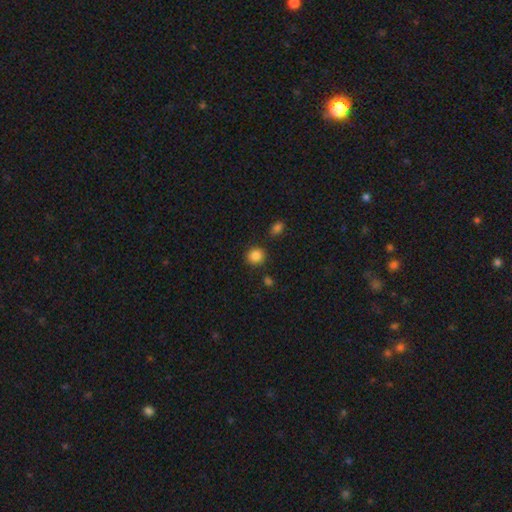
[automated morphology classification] smooth_or_featured: smooth (p=0.87) [alt: star or artifact p=0.09]
how_rounded: round (p=0.82) [alt: in between p=0.17]
merging: none (p=0.85) [alt: minor disturbance p=0.09]